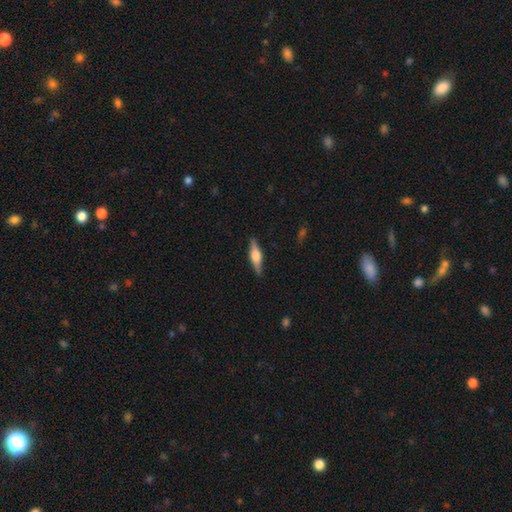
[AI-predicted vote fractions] Smooth or featured?
  - featured or disk: 62% *
  - smooth: 32%
  - star or artifact: 6%
Edge-on disk?
  - yes: 97% *
  - no: 3%
Edge-on bulge?
  - rounded: 87% *
  - boxy: 11%
  - none: 2%
Merging?
  - none: 88% *
  - minor disturbance: 9%
  - major disturbance: 2%
  - merger: 1%